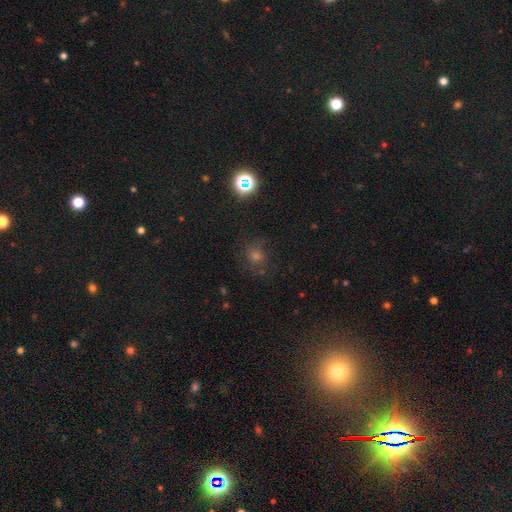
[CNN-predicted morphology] Overall: smooth (39%, tied with star or artifact). Merging: none (73%).